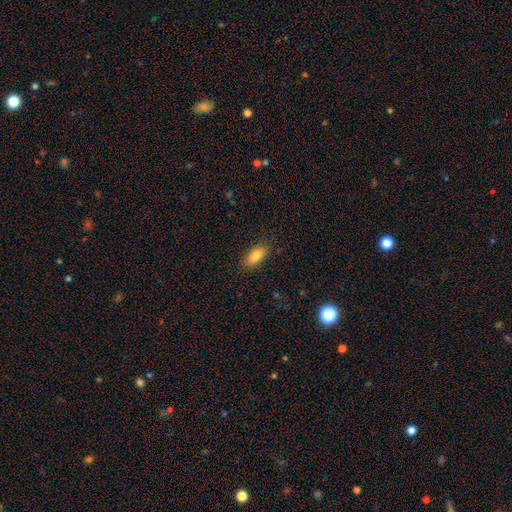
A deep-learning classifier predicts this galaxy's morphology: type=smooth (81%); roundness=in between (85%); merging=none (85%).